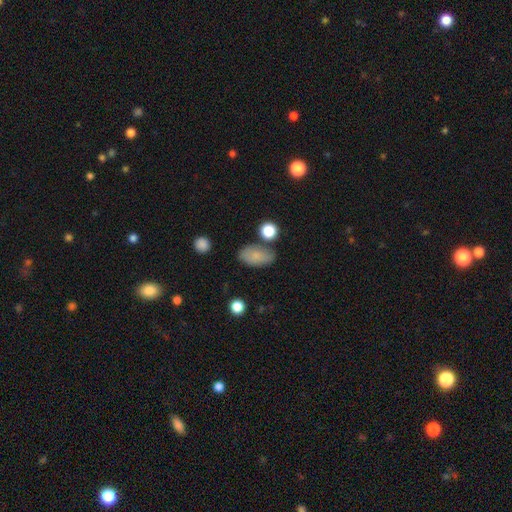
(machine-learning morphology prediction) Smooth or featured: smooth — 80% (featured or disk — 12%)
How rounded: in between — 91% (round — 6%)
Merging: none — 68% (minor disturbance — 20%)